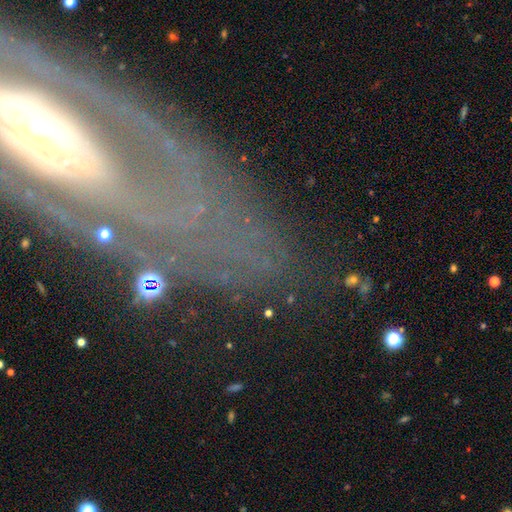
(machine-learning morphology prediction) Smooth or featured: featured or disk — 74% (smooth — 13%)
Edge-on disk: no — 86% (yes — 14%)
Bar: no — 47% (weak — 27%)
Spiral arms: yes — 72% (no — 28%)
Bulge size: moderate — 51% (small — 28%)
Merging: none — 69% (minor disturbance — 15%)